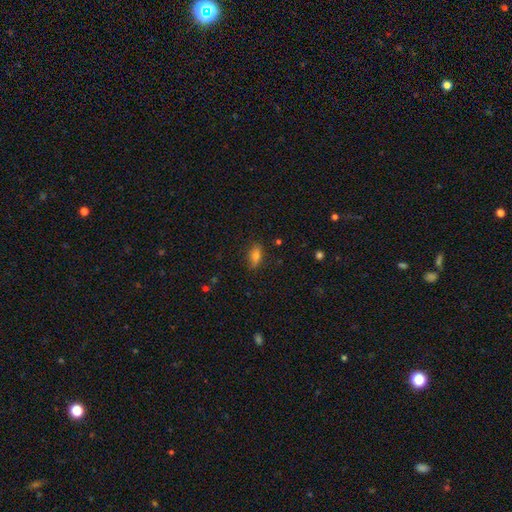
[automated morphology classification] Smooth or featured: smooth — 78% (featured or disk — 12%)
How rounded: in between — 81% (cigar-shaped — 14%)
Merging: none — 81% (minor disturbance — 14%)